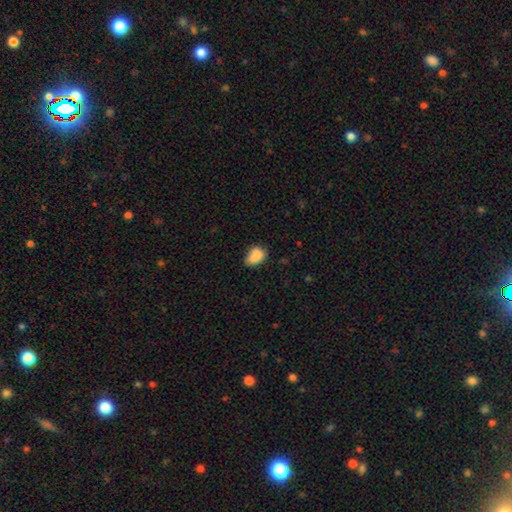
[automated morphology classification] Smooth or featured?
  - smooth: 81% *
  - featured or disk: 10%
  - star or artifact: 9%
How rounded?
  - in between: 80% *
  - round: 19%
  - cigar-shaped: 2%
Merging?
  - none: 51% *
  - minor disturbance: 28%
  - merger: 15%
  - major disturbance: 7%